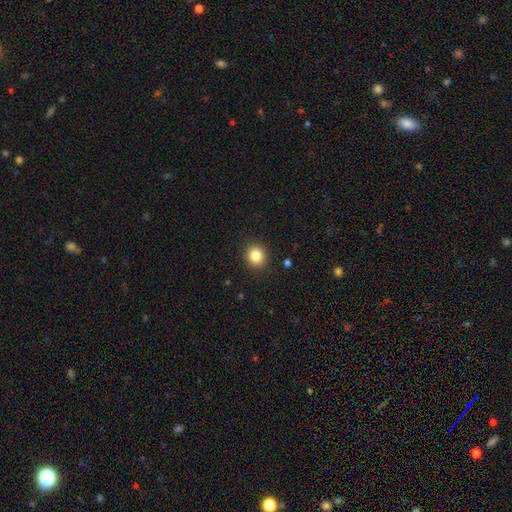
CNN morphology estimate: smooth-or-featured: smooth: 83% | star or artifact: 11% | featured or disk: 6%
  how-rounded: round: 88% | in between: 11% | cigar-shaped: 1%
  merging: none: 91% | minor disturbance: 6% | major disturbance: 2% | merger: 1%